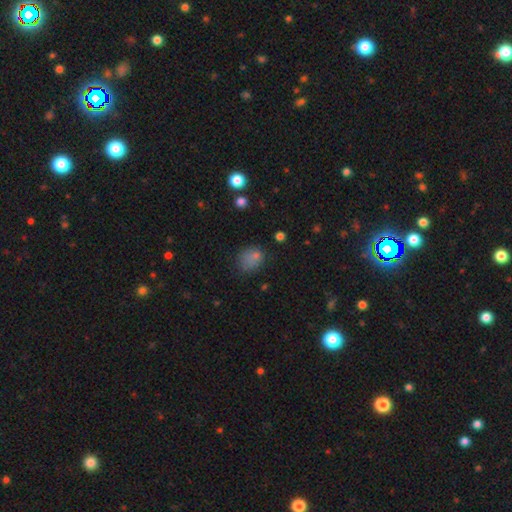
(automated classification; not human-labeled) Smooth or featured?
  - smooth: 61% *
  - star or artifact: 31%
  - featured or disk: 8%
How rounded?
  - round: 61% *
  - in between: 37%
  - cigar-shaped: 1%
Merging?
  - none: 74% *
  - minor disturbance: 17%
  - major disturbance: 6%
  - merger: 3%